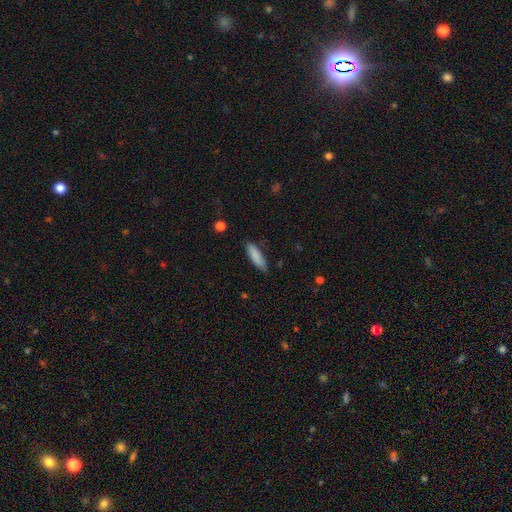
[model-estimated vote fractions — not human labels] Smooth or featured?
  - smooth: 85% *
  - featured or disk: 9%
  - star or artifact: 6%
How rounded?
  - cigar-shaped: 58% *
  - in between: 40%
  - round: 1%
Merging?
  - none: 83% *
  - minor disturbance: 14%
  - major disturbance: 2%
  - merger: 1%